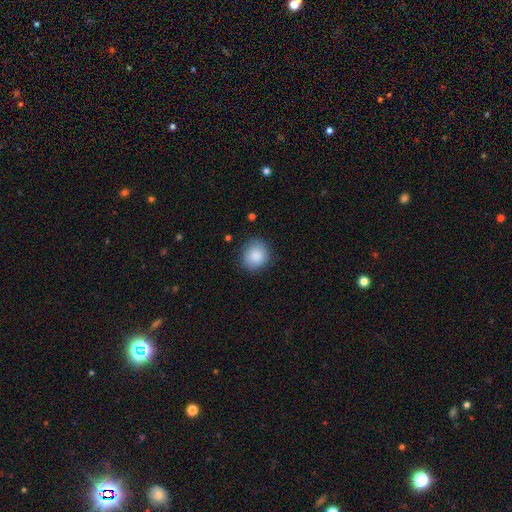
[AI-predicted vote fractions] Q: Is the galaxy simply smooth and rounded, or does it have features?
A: smooth — 88%.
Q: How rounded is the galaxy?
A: round — 78%.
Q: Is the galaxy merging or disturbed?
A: none — 82%.